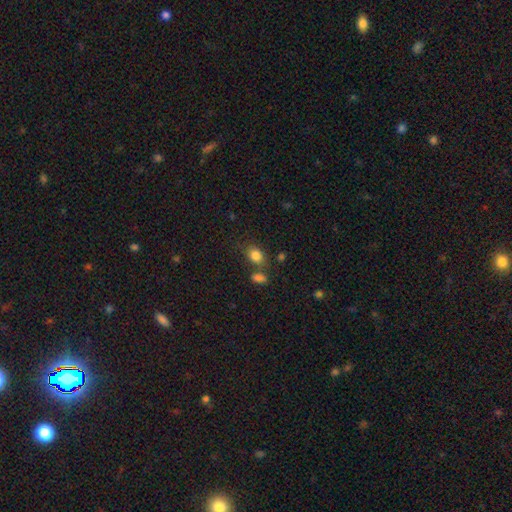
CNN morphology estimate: Overall: smooth (84%). How rounded: in between (66%; round 32%). Merging: none (62%).